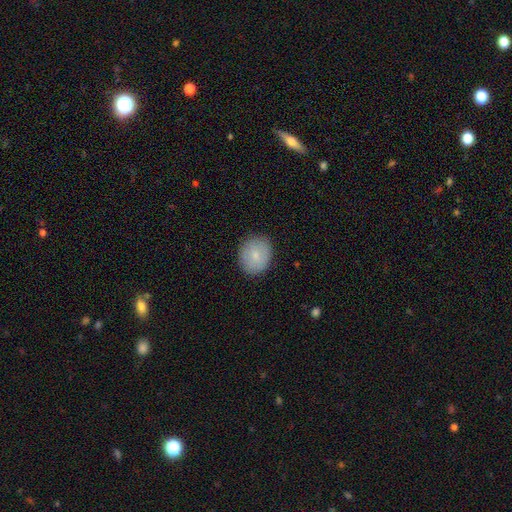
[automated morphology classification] A smooth galaxy with no disk features (78%) that is round (64%). Merging: none (86%).